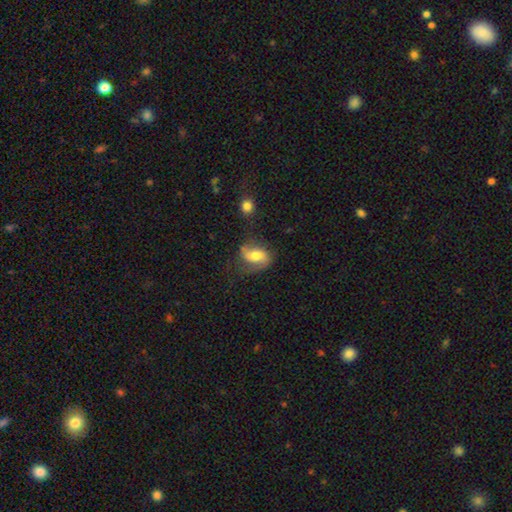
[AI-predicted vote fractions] Smooth or featured? featured or disk (52%)
Edge-on disk? no (95%)
Merging? none (56%)